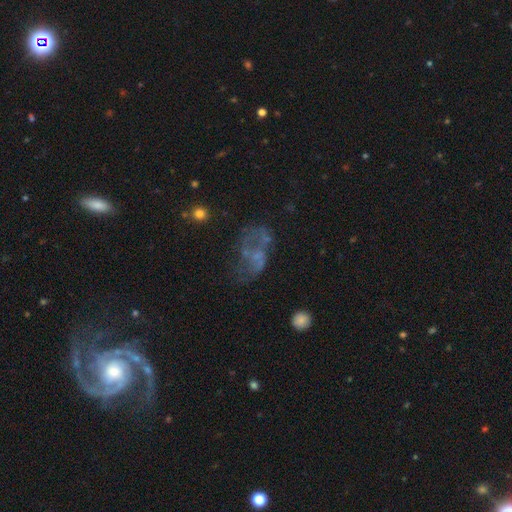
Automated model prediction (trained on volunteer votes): Smooth or featured? Predicted: featured or disk (p=0.54). Edge-on disk? Predicted: no (p=0.97). Bar? Predicted: no (p=0.86). Spiral arms? Predicted: no (p=0.79). Bulge size? Predicted: none (p=0.65). Merging? Predicted: major disturbance (p=0.36).